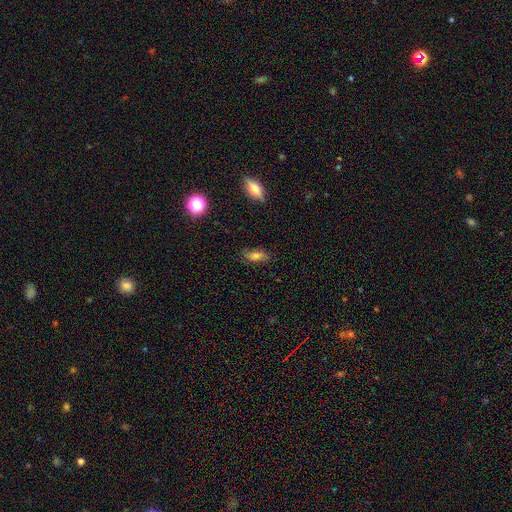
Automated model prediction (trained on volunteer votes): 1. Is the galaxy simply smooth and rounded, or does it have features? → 73% smooth, 16% featured or disk, 11% star or artifact.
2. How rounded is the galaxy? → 79% in between, 17% cigar-shaped, 5% round.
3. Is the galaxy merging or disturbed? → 78% none, 16% minor disturbance, 4% major disturbance, 1% merger.